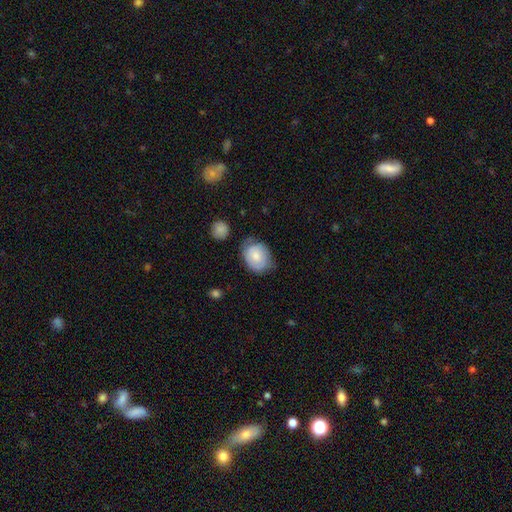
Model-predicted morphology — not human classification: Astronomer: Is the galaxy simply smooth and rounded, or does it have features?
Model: smooth — 70%.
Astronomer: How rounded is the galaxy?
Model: in between — 55% (runner-up: round, 44%).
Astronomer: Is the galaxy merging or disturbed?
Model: none — 56% (runner-up: minor disturbance, 32%).